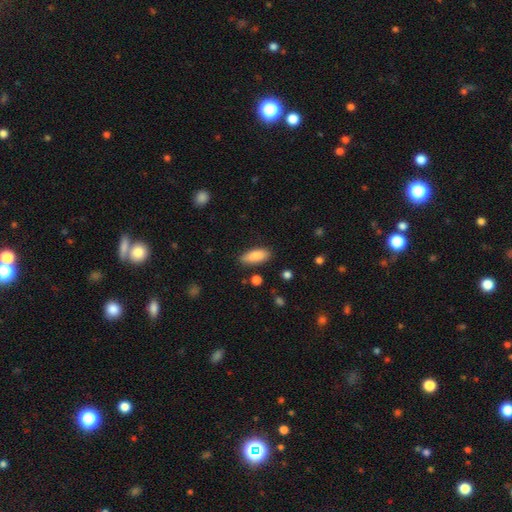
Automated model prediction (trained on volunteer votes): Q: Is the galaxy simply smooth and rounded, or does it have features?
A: smooth — 87%.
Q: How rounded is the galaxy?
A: in between — 78%.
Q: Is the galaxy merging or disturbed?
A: none — 81%.